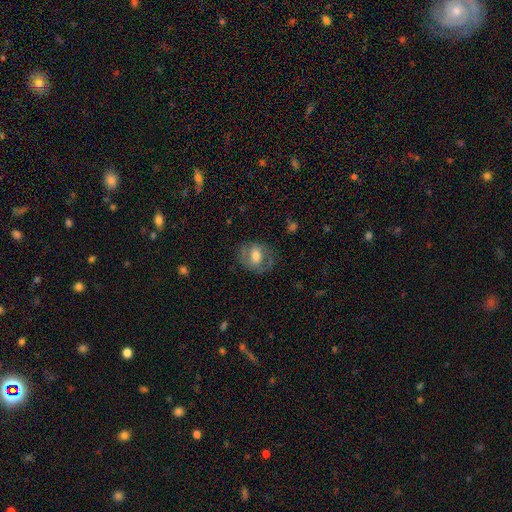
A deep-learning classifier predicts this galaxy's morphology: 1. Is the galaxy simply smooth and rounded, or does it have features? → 50% smooth, 43% featured or disk, 8% star or artifact.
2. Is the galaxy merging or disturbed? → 70% none, 18% minor disturbance, 10% major disturbance, 1% merger.